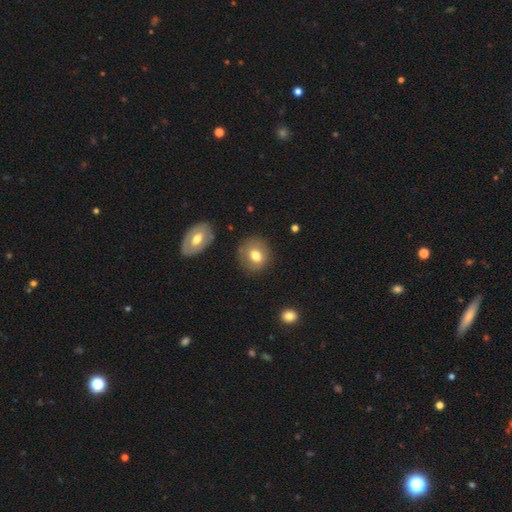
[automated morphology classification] smooth_or_featured: smooth (p=0.72) [alt: featured or disk p=0.19]
how_rounded: round (p=0.72) [alt: in between p=0.26]
merging: none (p=0.80) [alt: minor disturbance p=0.13]